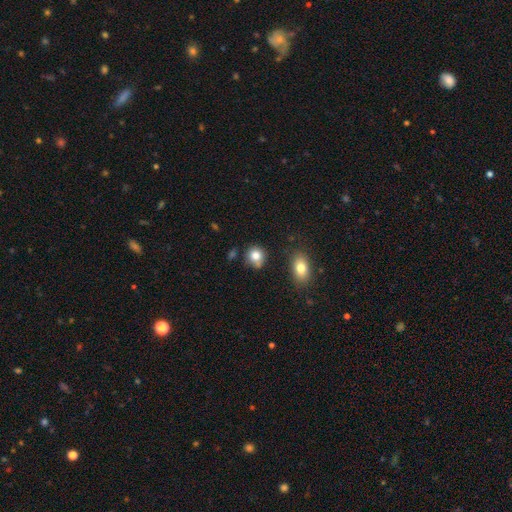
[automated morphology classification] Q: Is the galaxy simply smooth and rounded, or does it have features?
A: smooth — 81%.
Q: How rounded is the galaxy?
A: round — 74%.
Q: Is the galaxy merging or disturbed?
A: none — 63%.